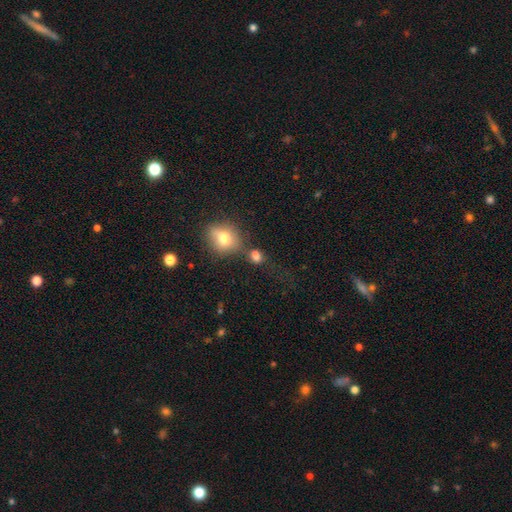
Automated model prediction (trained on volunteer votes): Overall: smooth (75%). How rounded: in between (49%; round 48%). Merging: none (51%; merger 23%).